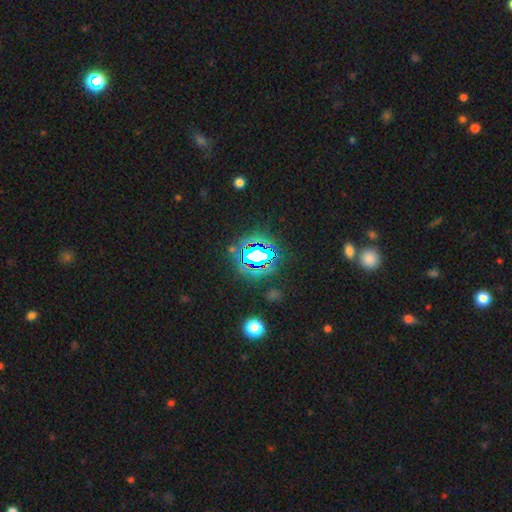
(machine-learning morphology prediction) smooth-or-featured: star or artifact: 71% | smooth: 16% | featured or disk: 13%